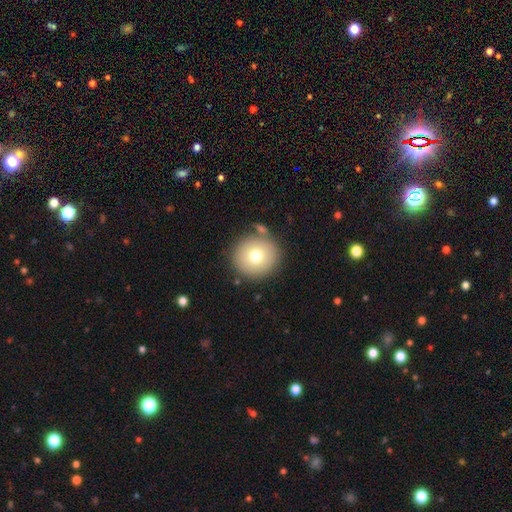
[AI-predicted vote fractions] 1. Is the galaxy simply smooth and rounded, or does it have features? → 74% smooth, 16% featured or disk, 10% star or artifact.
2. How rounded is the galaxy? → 91% round, 8% in between, 1% cigar-shaped.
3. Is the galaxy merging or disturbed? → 81% none, 9% minor disturbance, 7% merger, 3% major disturbance.